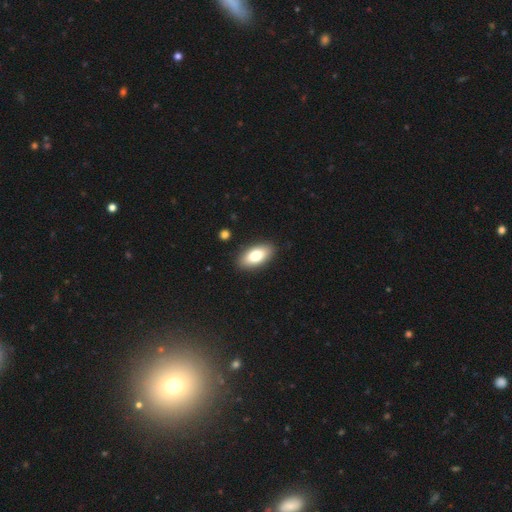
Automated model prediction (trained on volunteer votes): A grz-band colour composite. It shows a smooth galaxy with no disk features (78%) that is in between round and cigar-shaped (90%). Merging: none (89%).